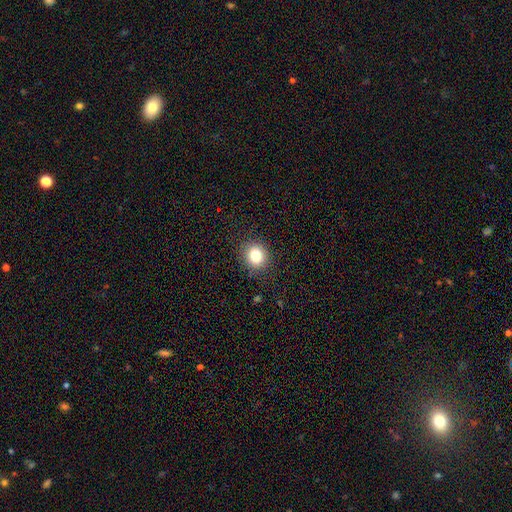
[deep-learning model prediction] Smooth or featured? Predicted: smooth (p=0.82). How rounded? Predicted: round (p=0.80). Merging? Predicted: none (p=0.89).